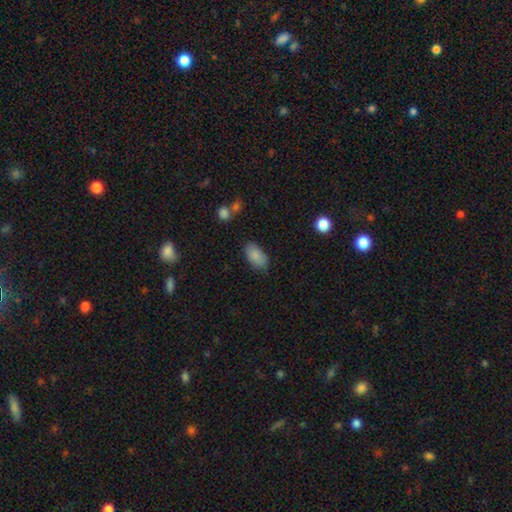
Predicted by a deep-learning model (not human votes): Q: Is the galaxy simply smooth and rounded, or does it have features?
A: smooth — 86%.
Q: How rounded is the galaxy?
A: in between — 93%.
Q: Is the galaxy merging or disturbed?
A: none — 79%.